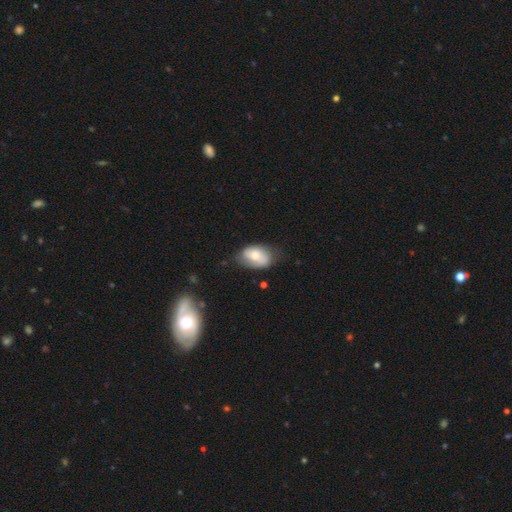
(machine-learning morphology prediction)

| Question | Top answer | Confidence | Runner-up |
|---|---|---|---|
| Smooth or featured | smooth | 63% | featured or disk (30%) |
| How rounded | in between | 89% | round (9%) |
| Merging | none | 58% | minor disturbance (31%) |